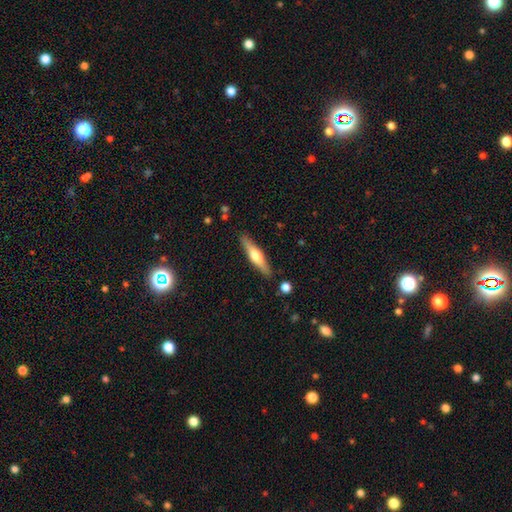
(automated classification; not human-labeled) The model was most divided on "smooth or featured": featured or disk: 57%, smooth: 38%, star or artifact: 5%. More confident: edge-on disk — yes (96%); edge-on bulge — rounded (92%); merging — none (88%).